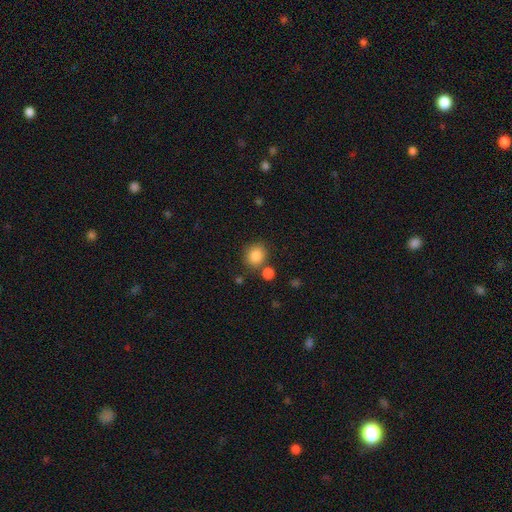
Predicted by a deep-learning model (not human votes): Smooth or featured?
  - smooth: 85% *
  - star or artifact: 10%
  - featured or disk: 5%
How rounded?
  - round: 79% *
  - in between: 20%
  - cigar-shaped: 1%
Merging?
  - none: 73% *
  - merger: 13%
  - minor disturbance: 10%
  - major disturbance: 3%